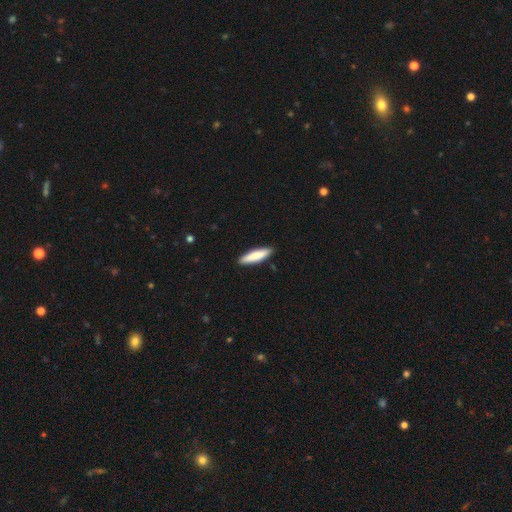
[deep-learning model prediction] This is clearly a smooth galaxy (81%). How rounded: likely cigar-shaped (75%). Merging: clearly none (90%).